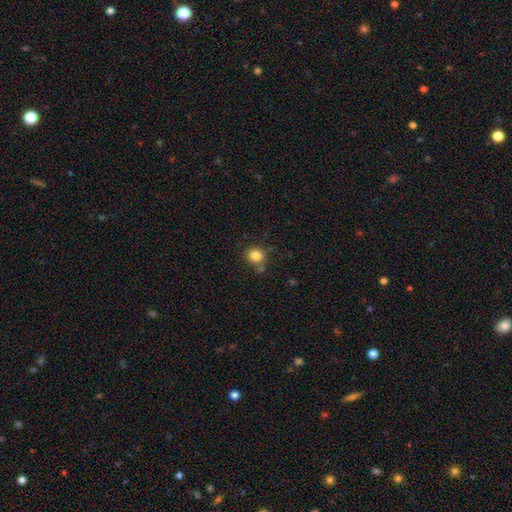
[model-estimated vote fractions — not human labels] smooth-or-featured: smooth: 83% | star or artifact: 11% | featured or disk: 6%
  how-rounded: round: 87% | in between: 12% | cigar-shaped: 1%
  merging: none: 74% | minor disturbance: 12% | merger: 10% | major disturbance: 4%